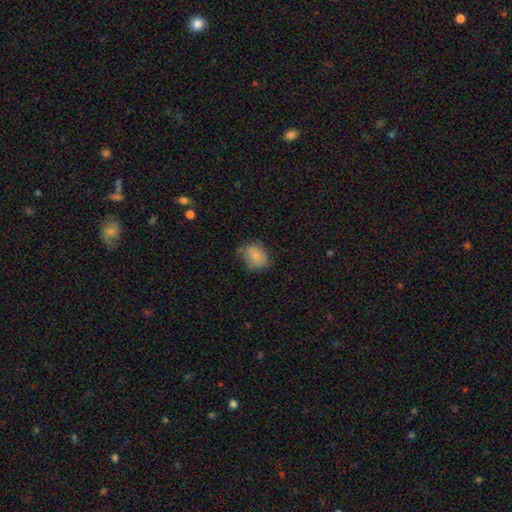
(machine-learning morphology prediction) The model was most divided on "how rounded": round: 55%, in between: 44%, cigar-shaped: 1%. More confident: smooth or featured — smooth (78%); merging — none (56%).